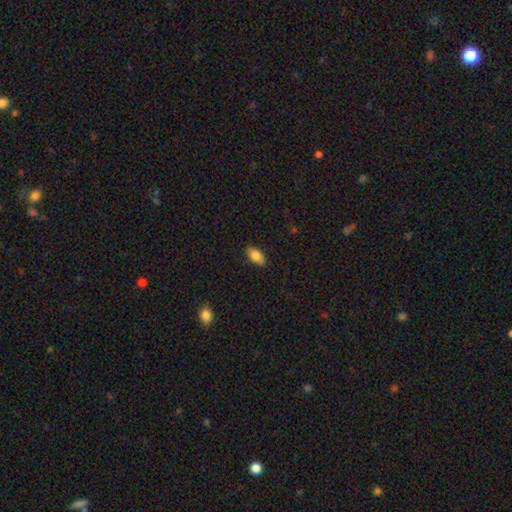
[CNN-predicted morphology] Q: Smooth or featured?
A: smooth (84%); runner-up: featured or disk (9%)
Q: How rounded?
A: in between (89%); runner-up: cigar-shaped (8%)
Q: Merging?
A: none (88%); runner-up: minor disturbance (9%)